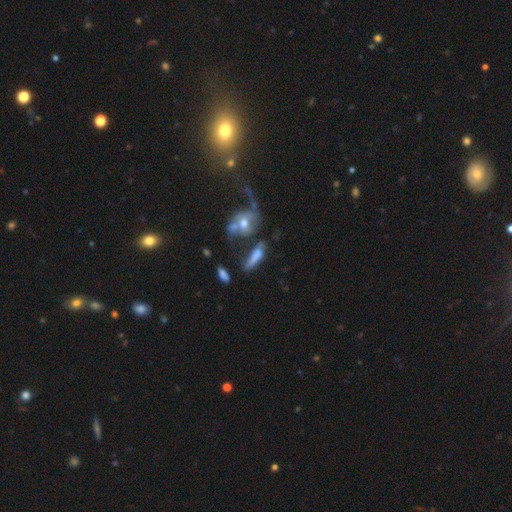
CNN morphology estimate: The model was most divided on "merging": none: 35%, merger: 27%, minor disturbance: 20%, major disturbance: 19%. More confident: smooth or featured — smooth (59%); how rounded — cigar-shaped (51%).